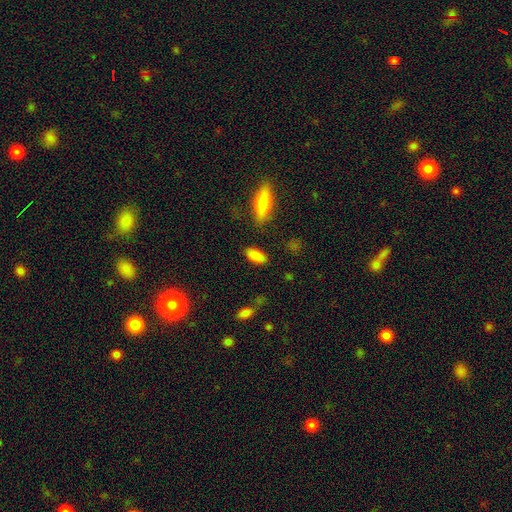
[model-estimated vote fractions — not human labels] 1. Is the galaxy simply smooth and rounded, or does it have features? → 85% smooth, 8% star or artifact, 7% featured or disk.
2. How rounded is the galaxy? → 87% in between, 10% cigar-shaped, 3% round.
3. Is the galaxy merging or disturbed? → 85% none, 10% minor disturbance, 3% major disturbance, 3% merger.